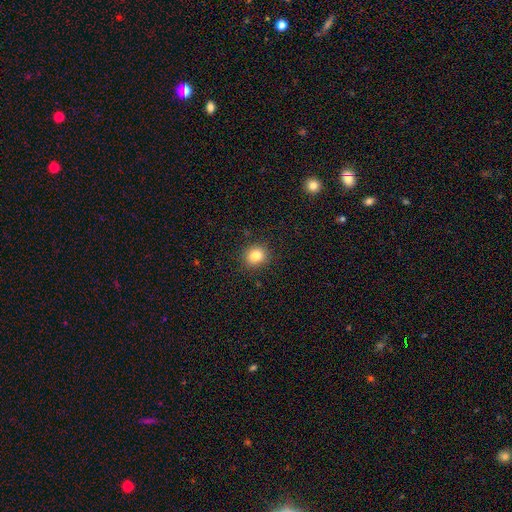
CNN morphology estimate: This is clearly a smooth galaxy (84%). How rounded: likely round (79%). Merging: clearly none (89%).